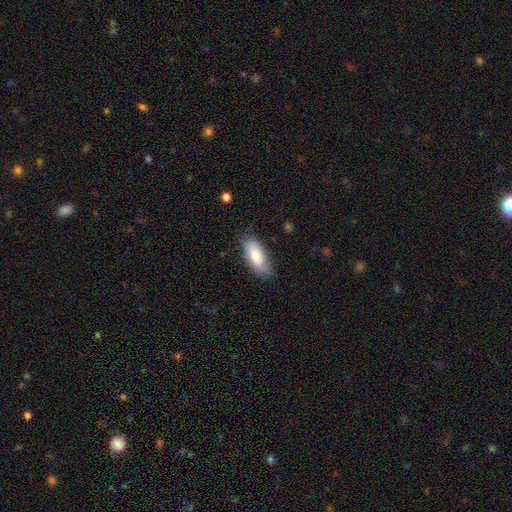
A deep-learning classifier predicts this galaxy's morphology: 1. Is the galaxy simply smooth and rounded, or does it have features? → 77% smooth, 17% featured or disk, 6% star or artifact.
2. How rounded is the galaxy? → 84% in between, 14% cigar-shaped, 2% round.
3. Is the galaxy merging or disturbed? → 72% none, 22% minor disturbance, 4% major disturbance, 1% merger.